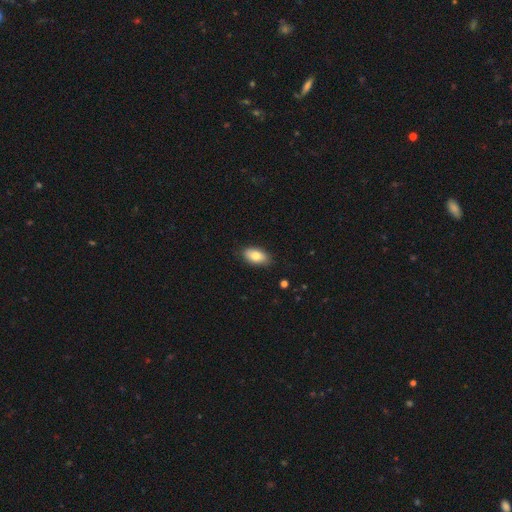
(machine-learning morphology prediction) This is likely a smooth galaxy (80%). How rounded: clearly in between (93%). Merging: clearly none (86%).